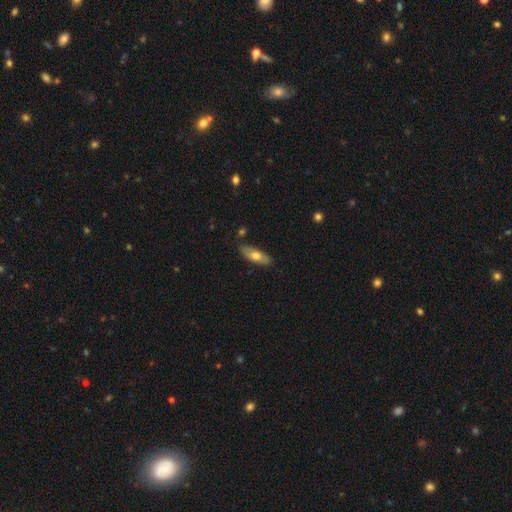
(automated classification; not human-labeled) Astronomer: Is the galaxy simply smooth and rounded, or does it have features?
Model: smooth — 62%.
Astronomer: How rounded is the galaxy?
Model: in between — 66%.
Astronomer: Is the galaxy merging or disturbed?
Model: none — 84%.